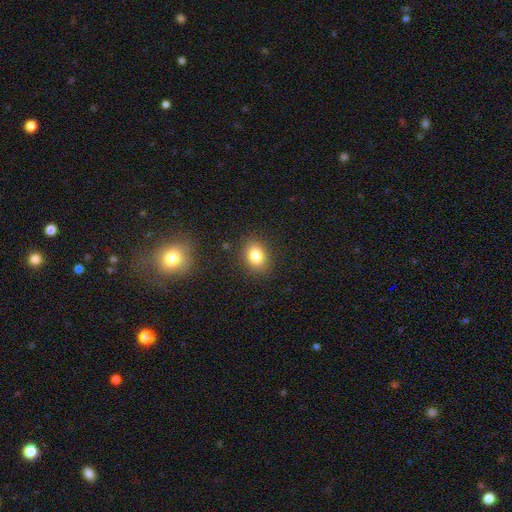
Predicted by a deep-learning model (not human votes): A smooth galaxy with no disk features (81%) that is in between round and cigar-shaped (61%). Merging: none (86%).